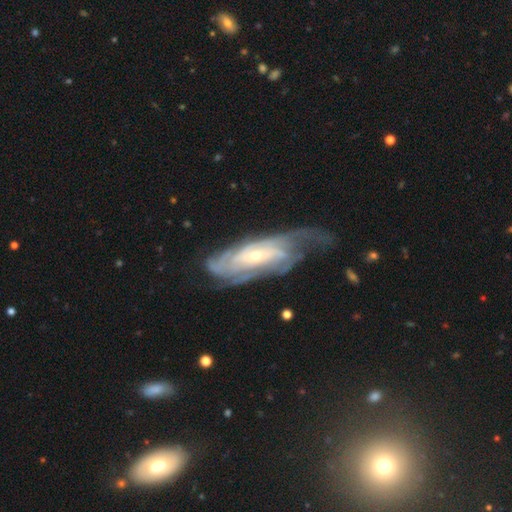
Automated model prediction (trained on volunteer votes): A featured or disk galaxy (85%) with no bar (62%), tight (63%) spiral arms (93%) and a small central bulge (64%). Merging: none (52%).